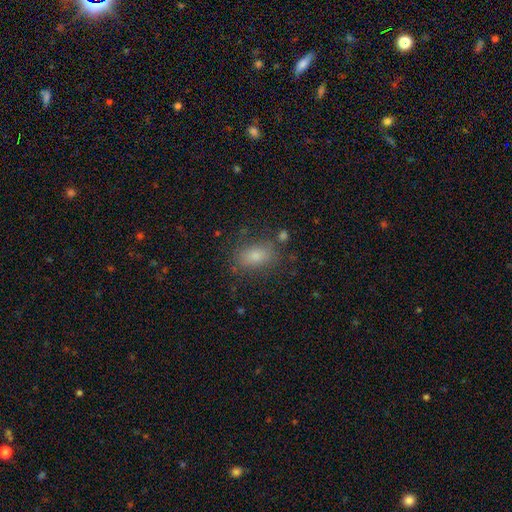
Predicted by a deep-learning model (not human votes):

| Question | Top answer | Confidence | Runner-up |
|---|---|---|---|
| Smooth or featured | smooth | 79% | star or artifact (10%) |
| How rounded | in between | 84% | round (13%) |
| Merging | none | 76% | minor disturbance (14%) |